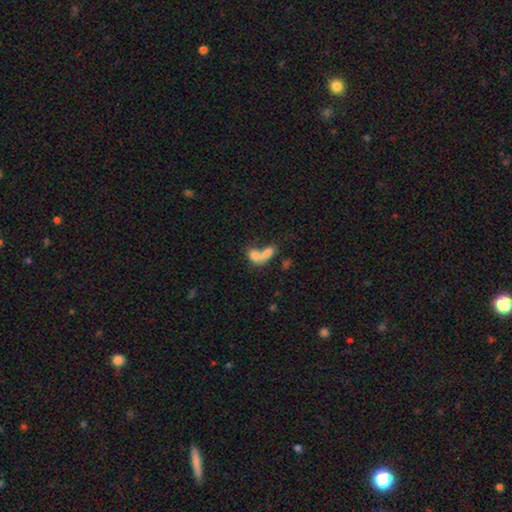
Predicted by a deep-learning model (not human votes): Smooth or featured? smooth (75%)
How rounded? in between (75%)
Merging? merger (71%)